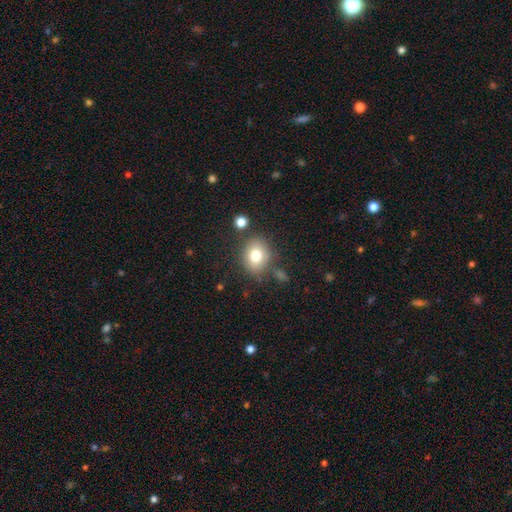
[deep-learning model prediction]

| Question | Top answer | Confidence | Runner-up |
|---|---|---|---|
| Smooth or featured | smooth | 76% | featured or disk (13%) |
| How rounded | round | 61% | in between (38%) |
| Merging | none | 77% | minor disturbance (13%) |